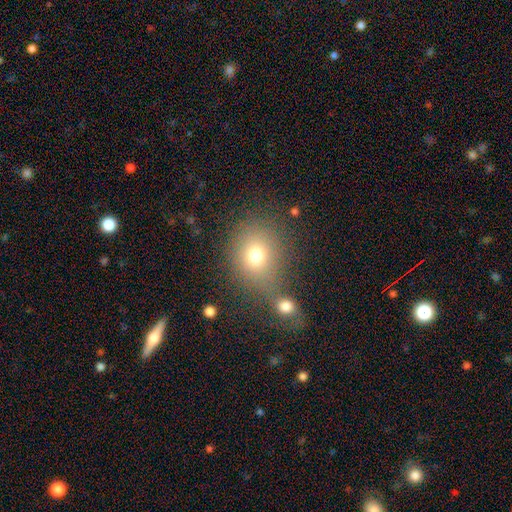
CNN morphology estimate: smooth_or_featured: smooth (p=0.73) [alt: star or artifact p=0.15]
how_rounded: round (p=0.67) [alt: in between p=0.32]
merging: none (p=0.56) [alt: merger p=0.25]